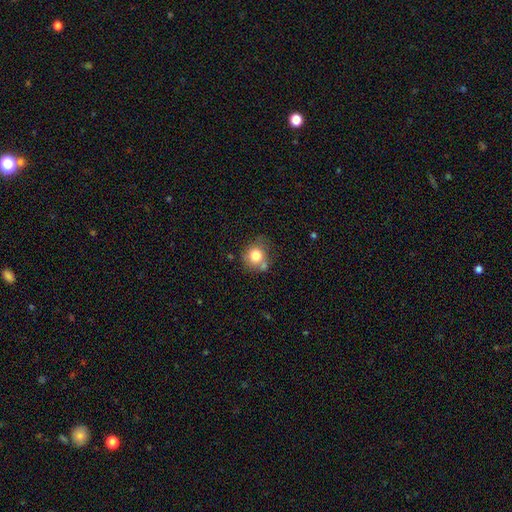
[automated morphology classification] smooth-or-featured: smooth: 78% | featured or disk: 12% | star or artifact: 10%
  how-rounded: round: 79% | in between: 20% | cigar-shaped: 1%
  merging: none: 56% | minor disturbance: 21% | merger: 17% | major disturbance: 6%